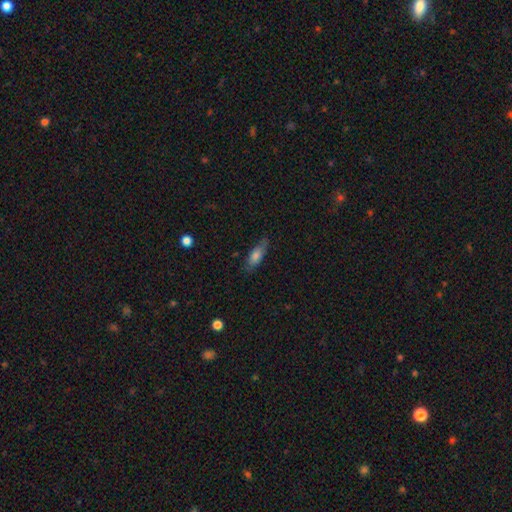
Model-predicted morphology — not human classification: Overall: smooth (73%). How rounded: in between (69%). Merging: none (73%).